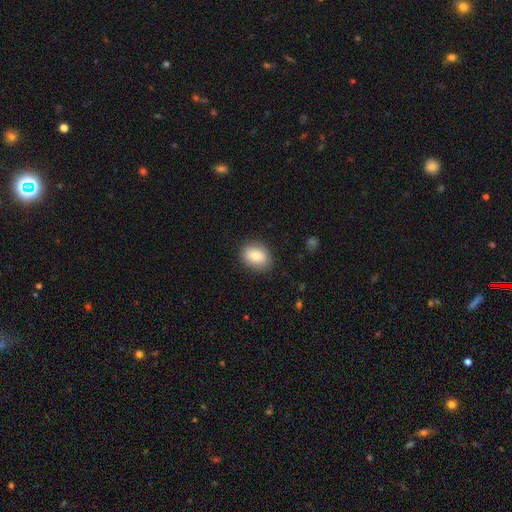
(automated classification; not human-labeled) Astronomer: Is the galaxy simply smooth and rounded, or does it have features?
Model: smooth — 79%.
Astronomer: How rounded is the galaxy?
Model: in between — 60% (runner-up: round, 38%).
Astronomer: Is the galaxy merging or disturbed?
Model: none — 86%.